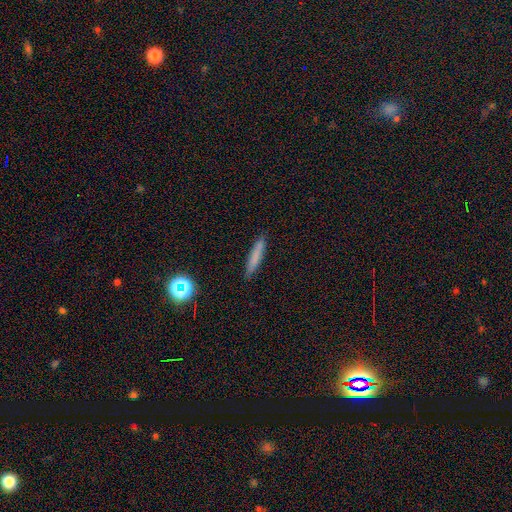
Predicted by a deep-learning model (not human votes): The model was most divided on "smooth or featured": smooth: 75%, featured or disk: 15%, star or artifact: 9%. More confident: how rounded — cigar-shaped (92%); merging — none (89%).